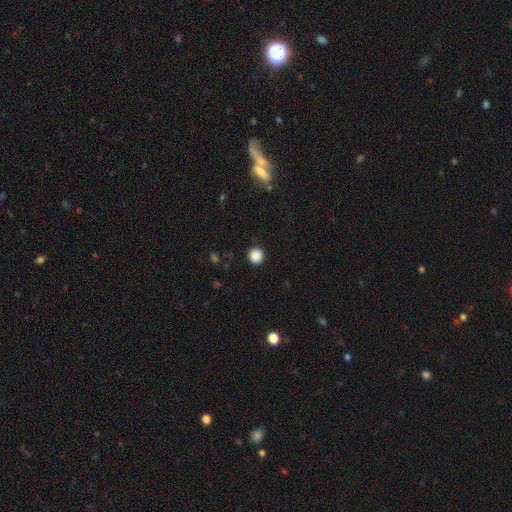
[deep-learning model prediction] Smooth or featured: smooth — 87% (star or artifact — 10%)
How rounded: round — 94% (in between — 6%)
Merging: none — 92% (minor disturbance — 5%)